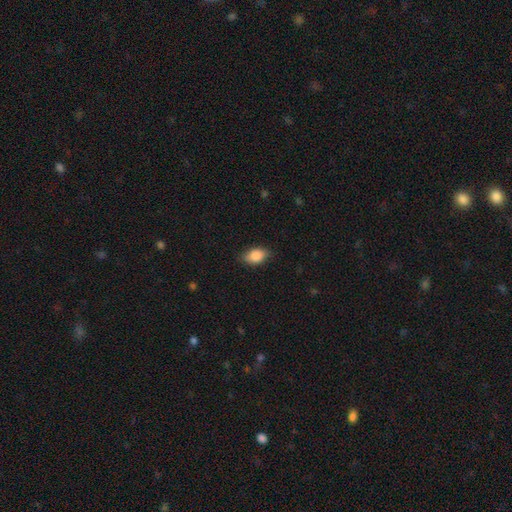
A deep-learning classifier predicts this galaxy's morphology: Q: Smooth or featured?
A: smooth (87%); runner-up: star or artifact (7%)
Q: How rounded?
A: in between (86%); runner-up: round (12%)
Q: Merging?
A: none (81%); runner-up: minor disturbance (15%)